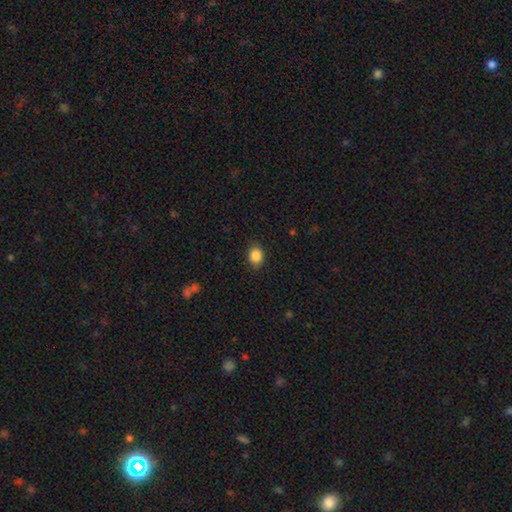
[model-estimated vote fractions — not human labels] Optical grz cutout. It shows a smooth galaxy with no disk features (87%) that is in between round and cigar-shaped (55%). Merging: none (86%).